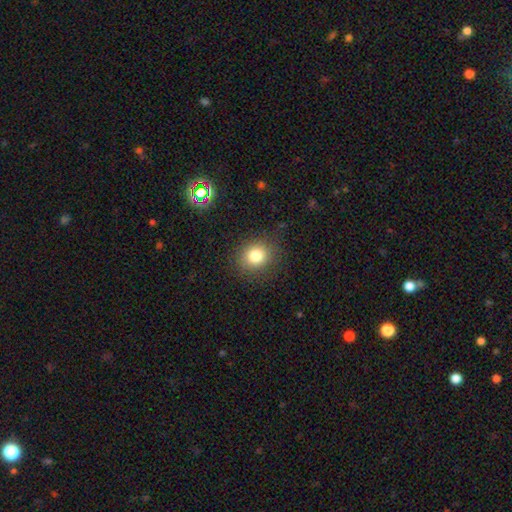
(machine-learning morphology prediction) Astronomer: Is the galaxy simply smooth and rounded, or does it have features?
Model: smooth — 81%.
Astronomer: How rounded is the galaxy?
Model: round — 73%.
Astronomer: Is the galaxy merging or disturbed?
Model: none — 84%.